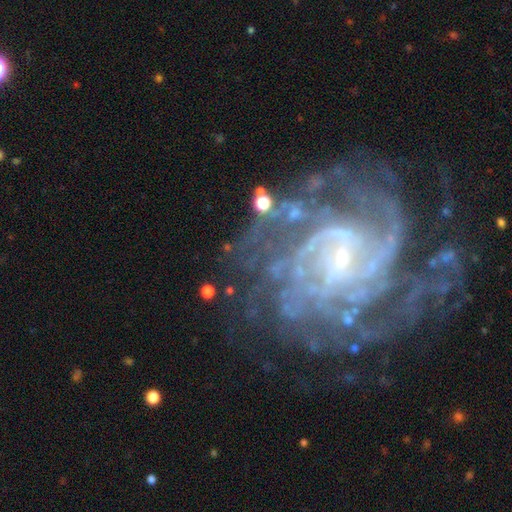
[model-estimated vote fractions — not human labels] A featured or disk galaxy (90%) with a weak bar (46%), tight (62%) spiral arms (97%) and a small central bulge (81%).

Vote fractions:
- Smooth or featured? featured or disk: 90% / star or artifact: 7% / smooth: 4%
- Edge-on disk? no: 98% / yes: 2%
- Bar? weak: 46% / no: 37% / strong: 17%
- Spiral arms? yes: 97% / no: 3%
- Spiral winding? tight: 62% / medium: 31% / loose: 6%
- Spiral arm count? can't tell: 26% / 4: 20% / 2: 17% / 3: 16% / more than 4: 13% / 1: 9%
- Bulge size? small: 81% / moderate: 12% / none: 6% / large: 1% / dominant: 1%
- Merging? none: 67% / minor disturbance: 17% / major disturbance: 13% / merger: 3%